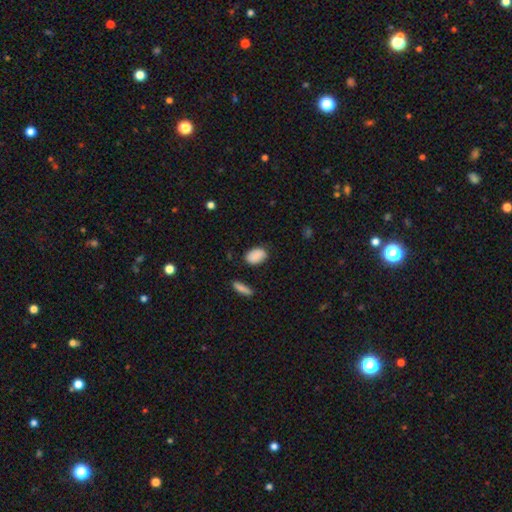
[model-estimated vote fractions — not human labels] Smooth or featured?
  - smooth: 89% *
  - star or artifact: 7%
  - featured or disk: 4%
How rounded?
  - in between: 89% *
  - round: 9%
  - cigar-shaped: 2%
Merging?
  - none: 82% *
  - minor disturbance: 13%
  - major disturbance: 3%
  - merger: 2%